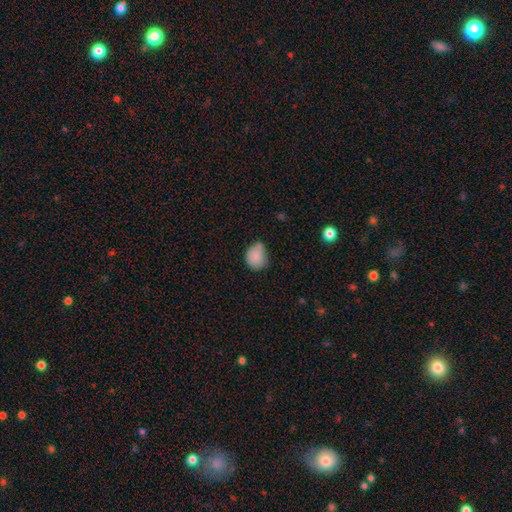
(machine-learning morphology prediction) smooth_or_featured: smooth (p=0.84) [alt: star or artifact p=0.09]
how_rounded: round (p=0.64) [alt: in between p=0.35]
merging: none (p=0.49) [alt: minor disturbance p=0.36]